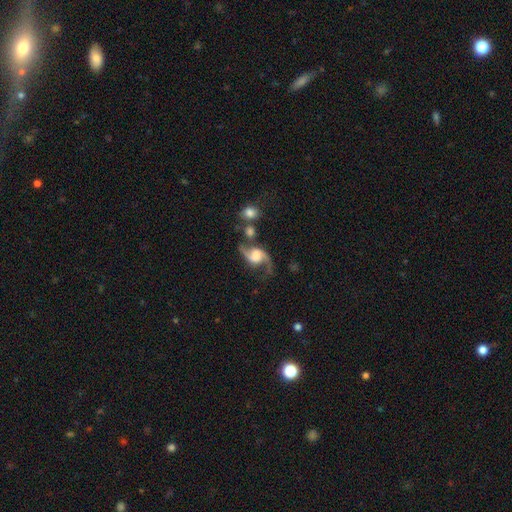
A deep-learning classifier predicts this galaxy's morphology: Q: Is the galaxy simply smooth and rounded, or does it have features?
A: featured or disk — 87%.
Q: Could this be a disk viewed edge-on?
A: no — 97%.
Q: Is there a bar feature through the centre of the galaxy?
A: no — 53%.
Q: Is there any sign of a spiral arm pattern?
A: yes — 96%.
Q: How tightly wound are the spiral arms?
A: loose — 74%.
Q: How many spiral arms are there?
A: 2 — 93%.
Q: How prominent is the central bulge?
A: large — 37%.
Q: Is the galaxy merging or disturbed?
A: none — 58%.